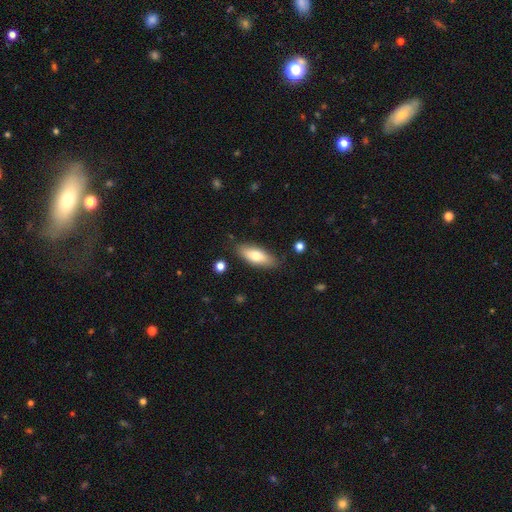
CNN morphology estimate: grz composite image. It shows a smooth galaxy with no disk features (72%) that is in between round and cigar-shaped (70%). Merging: none (83%).